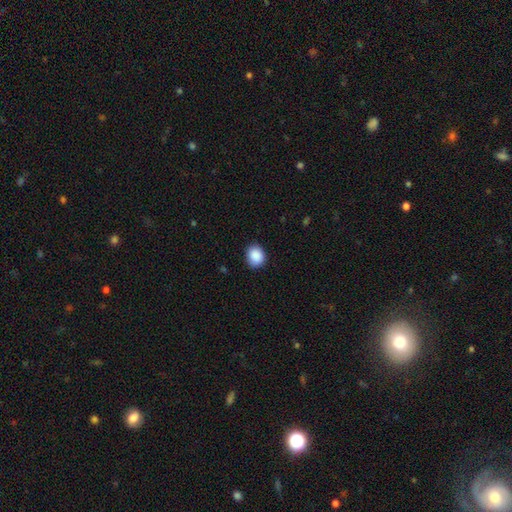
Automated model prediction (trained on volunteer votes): This appears to be a smooth galaxy with no disk features (89%) that is round (66%). Merging: none (85%).